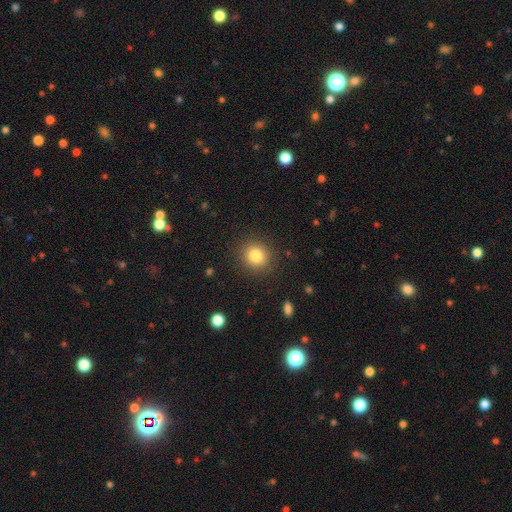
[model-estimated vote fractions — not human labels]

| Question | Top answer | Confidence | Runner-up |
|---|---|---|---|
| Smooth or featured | smooth | 82% | star or artifact (11%) |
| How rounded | round | 85% | in between (14%) |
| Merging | none | 89% | minor disturbance (7%) |